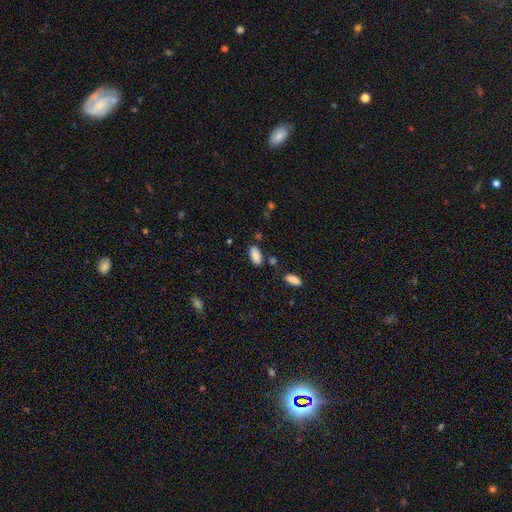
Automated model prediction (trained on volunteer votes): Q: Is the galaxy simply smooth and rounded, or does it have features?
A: smooth — 86%.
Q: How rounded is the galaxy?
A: in between — 91%.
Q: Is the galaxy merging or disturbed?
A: none — 79%.